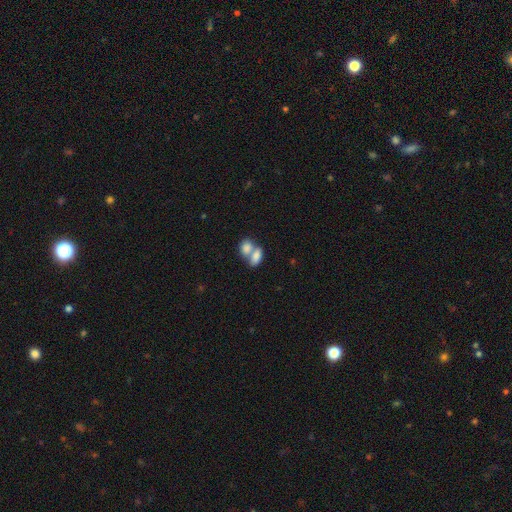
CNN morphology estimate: Smooth or featured?
  - smooth: 81% *
  - featured or disk: 12%
  - star or artifact: 7%
How rounded?
  - in between: 87% *
  - round: 10%
  - cigar-shaped: 3%
Merging?
  - merger: 72% *
  - none: 19%
  - minor disturbance: 6%
  - major disturbance: 3%